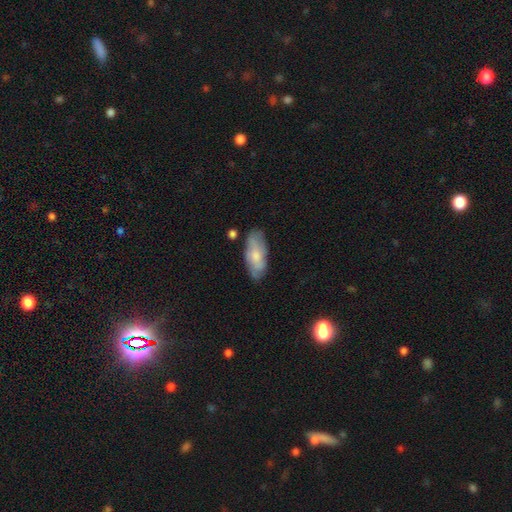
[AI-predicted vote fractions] A smooth galaxy with no disk features (61%) that is in between round and cigar-shaped (83%). Merging: none (72%).